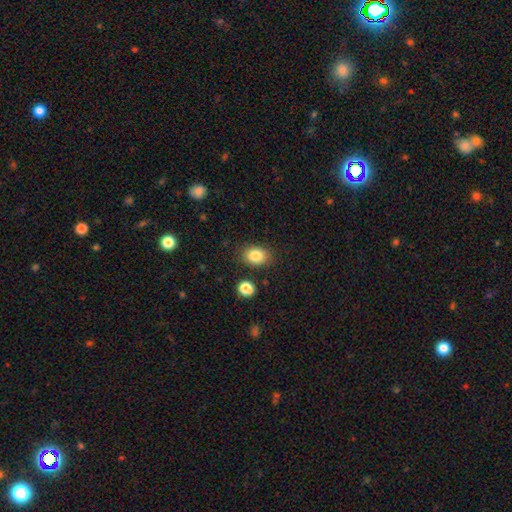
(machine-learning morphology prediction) Smooth or featured?
  - smooth: 84% *
  - star or artifact: 9%
  - featured or disk: 7%
How rounded?
  - in between: 69% *
  - round: 30%
  - cigar-shaped: 1%
Merging?
  - none: 84% *
  - minor disturbance: 10%
  - merger: 3%
  - major disturbance: 3%